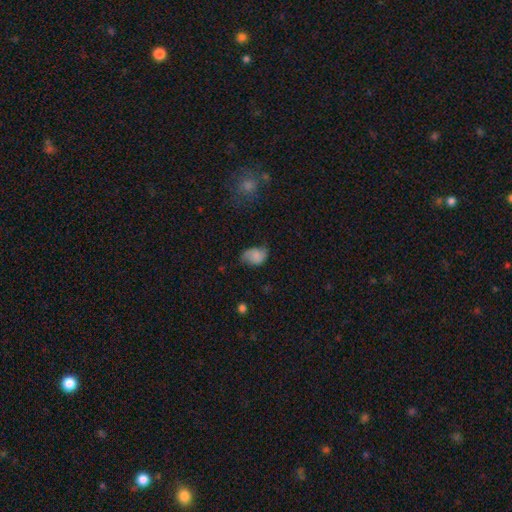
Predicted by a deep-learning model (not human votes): This is likely a smooth galaxy (63%). How rounded: likely in between (79%). Merging: possibly none (50%).